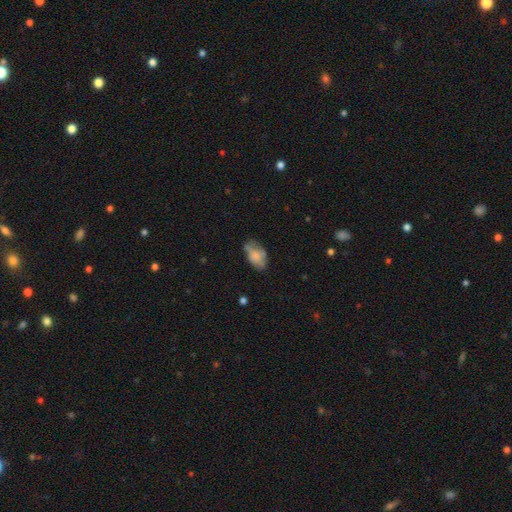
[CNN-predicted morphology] Smooth or featured: smooth — 60% (featured or disk — 31%)
How rounded: in between — 91% (round — 7%)
Merging: none — 48% (minor disturbance — 32%)